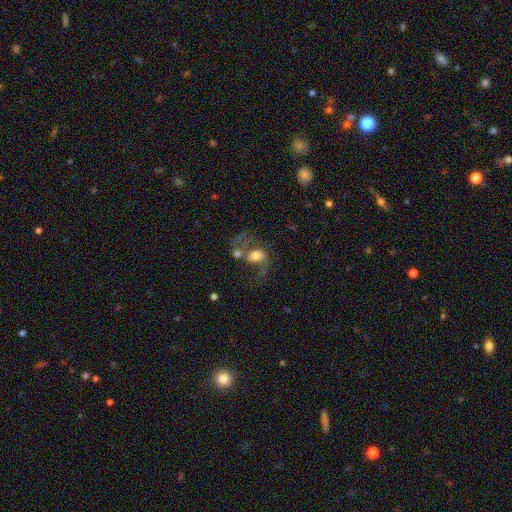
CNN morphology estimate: featured or disk 60%, smooth 31%, star or artifact 10%. Down the decision tree: edge-on disk — no (97%); bar — no (60%); spiral arms — yes (78%); bulge size — moderate (53%); merging — merger (33%).